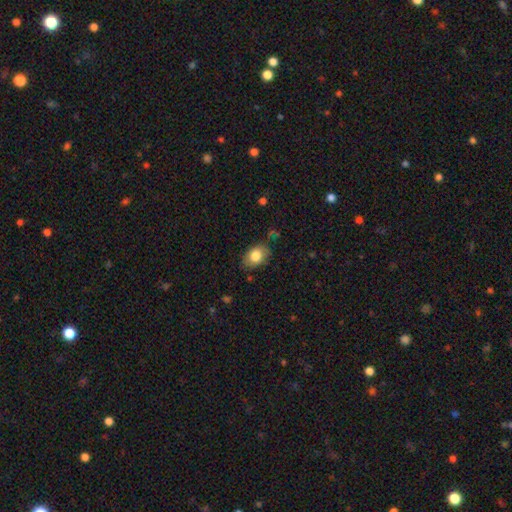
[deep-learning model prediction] smooth_or_featured: smooth (p=0.79) [alt: featured or disk p=0.13]
how_rounded: in between (p=0.82) [alt: round p=0.17]
merging: none (p=0.78) [alt: minor disturbance p=0.17]